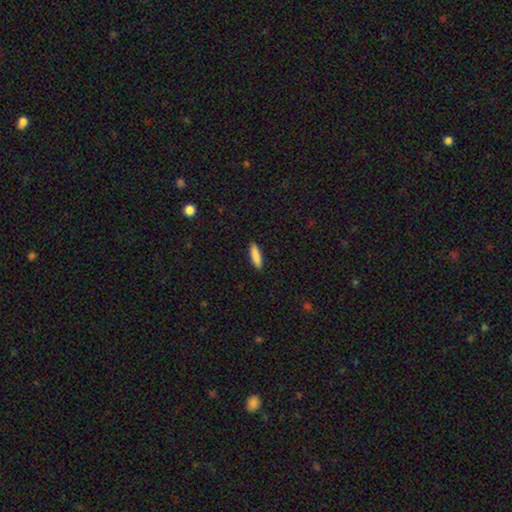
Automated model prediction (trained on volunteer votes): smooth_or_featured: smooth (p=0.88) [alt: featured or disk p=0.07]
how_rounded: cigar-shaped (p=0.67) [alt: in between p=0.31]
merging: none (p=0.91) [alt: minor disturbance p=0.07]